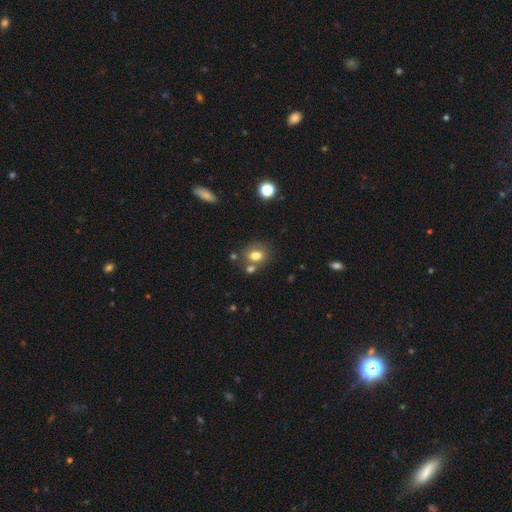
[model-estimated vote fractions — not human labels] Overall: smooth (77%). How rounded: in between (50%; round 49%). Merging: none (60%; merger 21%).